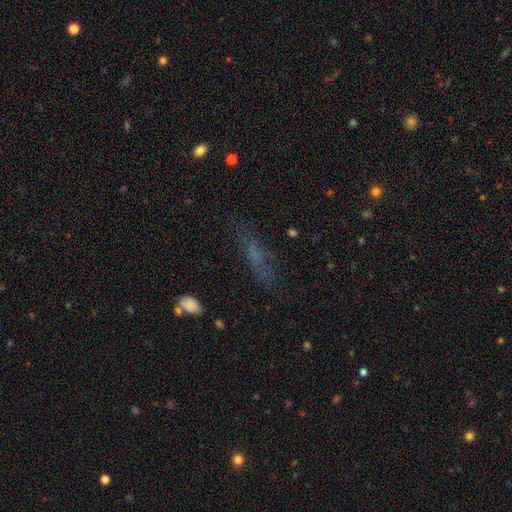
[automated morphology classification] A smooth galaxy with no disk features (47%). Merging: none (72%).